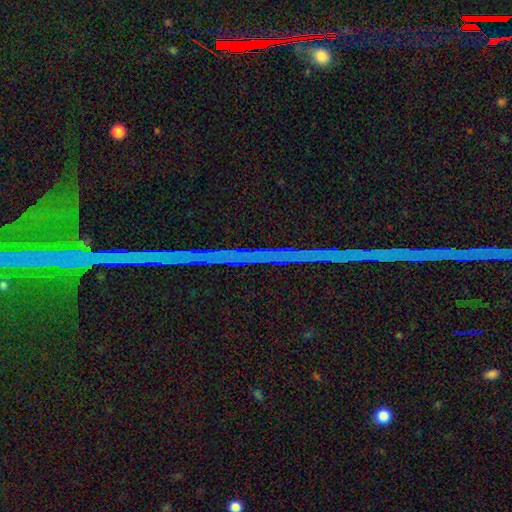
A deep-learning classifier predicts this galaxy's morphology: This appears to be a star or artifact, not a galaxy (85%).